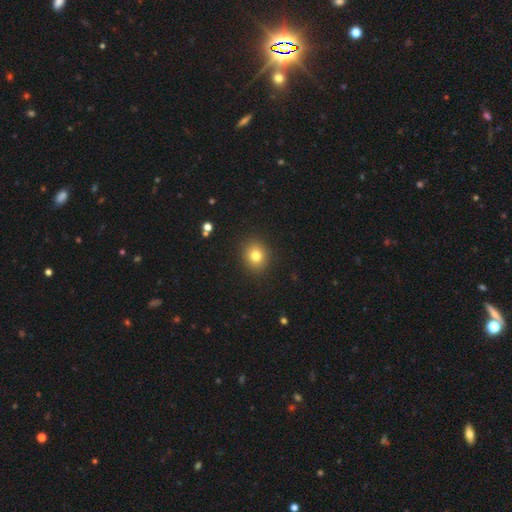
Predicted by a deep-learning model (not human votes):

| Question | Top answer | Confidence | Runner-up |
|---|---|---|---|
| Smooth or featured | smooth | 80% | star or artifact (12%) |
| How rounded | round | 75% | in between (24%) |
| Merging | none | 90% | minor disturbance (7%) |